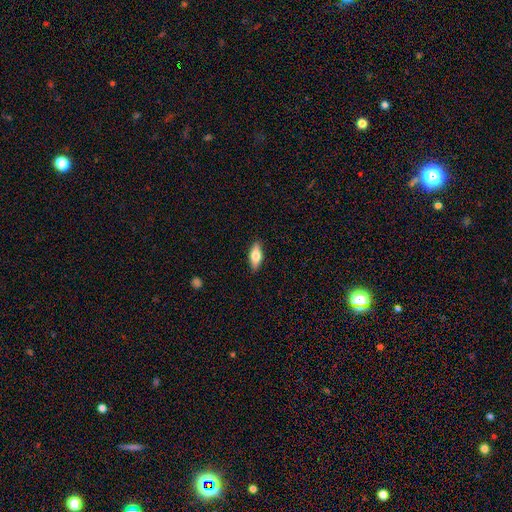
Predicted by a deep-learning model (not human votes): A smooth galaxy with no disk features (59%) that is in between round and cigar-shaped (68%). Merging: none (89%).